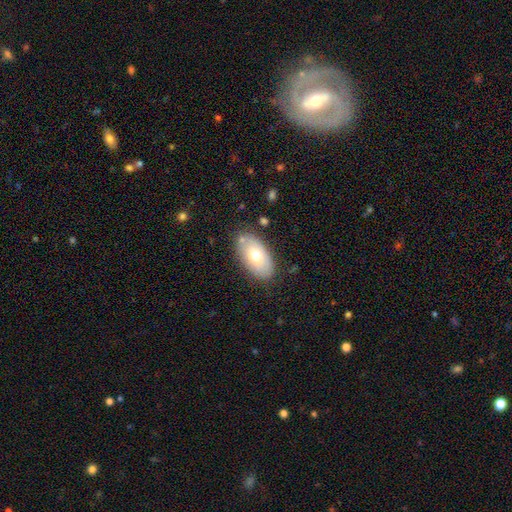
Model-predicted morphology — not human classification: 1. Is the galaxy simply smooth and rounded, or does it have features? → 65% smooth, 29% featured or disk, 7% star or artifact.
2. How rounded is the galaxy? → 94% in between, 4% round, 2% cigar-shaped.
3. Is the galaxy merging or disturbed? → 80% none, 14% minor disturbance, 3% major disturbance, 3% merger.